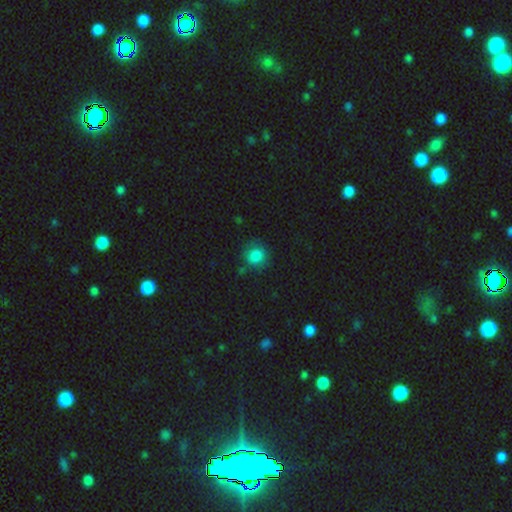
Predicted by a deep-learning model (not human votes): Smooth or featured? smooth (81%)
How rounded? round (81%)
Merging? none (72%)